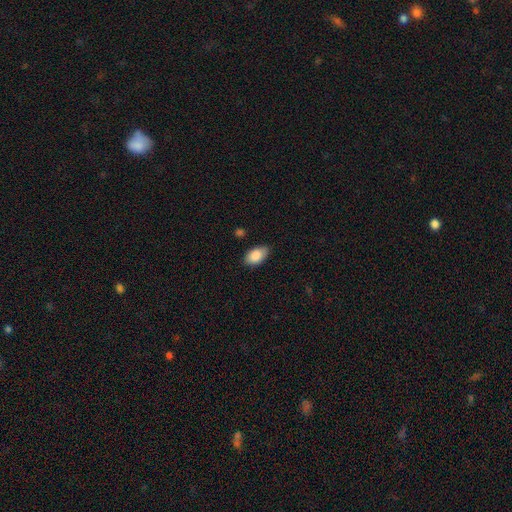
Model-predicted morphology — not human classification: Smooth or featured?
  - smooth: 87% *
  - star or artifact: 7%
  - featured or disk: 6%
How rounded?
  - in between: 93% *
  - round: 5%
  - cigar-shaped: 2%
Merging?
  - none: 81% *
  - minor disturbance: 16%
  - major disturbance: 3%
  - merger: 1%